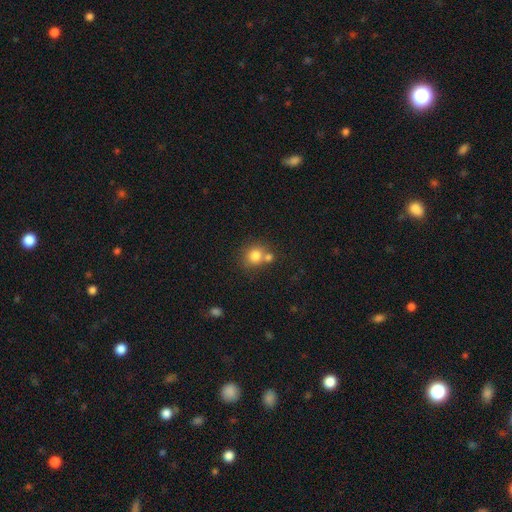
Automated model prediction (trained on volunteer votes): smooth 79%, star or artifact 11%, featured or disk 9%. Down the decision tree: how rounded — round (83%); merging — none (52%).